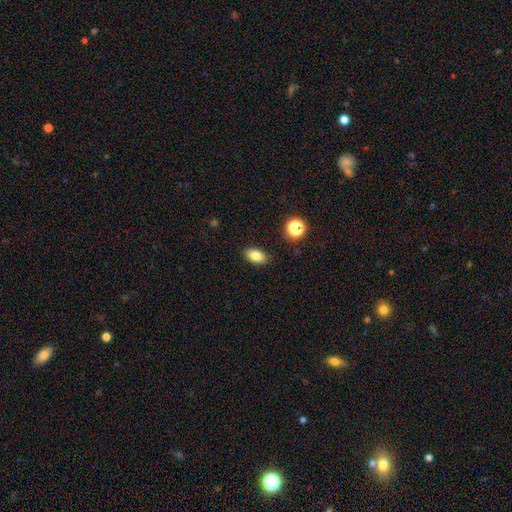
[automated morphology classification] smooth-or-featured: smooth: 83% | star or artifact: 10% | featured or disk: 7%
  how-rounded: in between: 89% | round: 9% | cigar-shaped: 2%
  merging: none: 87% | minor disturbance: 9% | major disturbance: 2% | merger: 1%